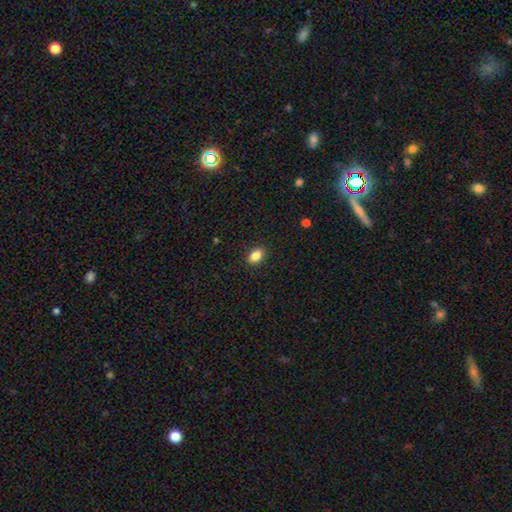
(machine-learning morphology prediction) This appears to be a smooth galaxy with no disk features (87%) that is in between round and cigar-shaped (80%). Merging: none (90%).